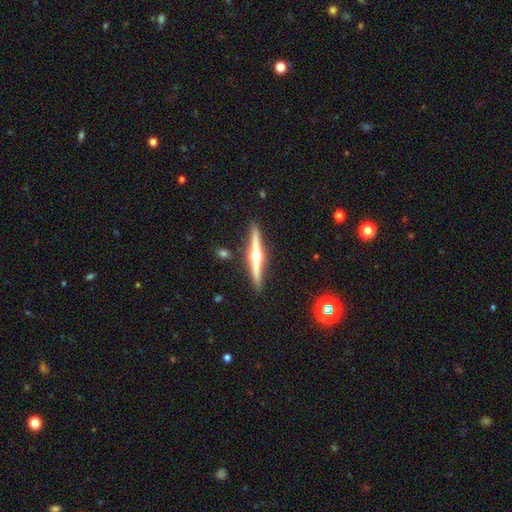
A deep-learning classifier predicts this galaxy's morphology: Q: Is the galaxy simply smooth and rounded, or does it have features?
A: featured or disk — 81%.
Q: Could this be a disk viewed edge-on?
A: yes — 98%.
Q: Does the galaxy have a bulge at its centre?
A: rounded — 95%.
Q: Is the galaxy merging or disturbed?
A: none — 90%.